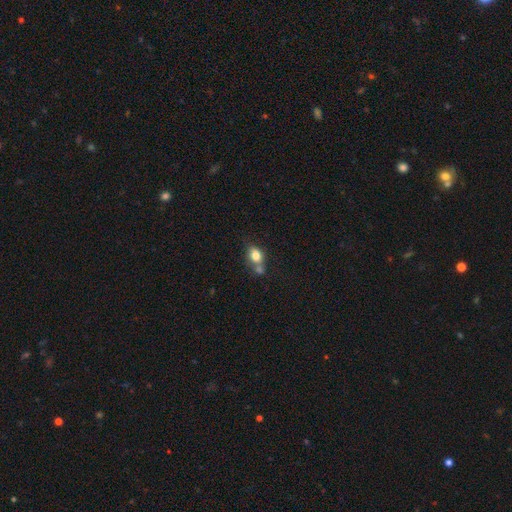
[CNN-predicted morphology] Smooth or featured?
  - smooth: 79% *
  - featured or disk: 12%
  - star or artifact: 9%
How rounded?
  - in between: 62% *
  - round: 36%
  - cigar-shaped: 2%
Merging?
  - none: 43% *
  - merger: 37%
  - minor disturbance: 15%
  - major disturbance: 5%